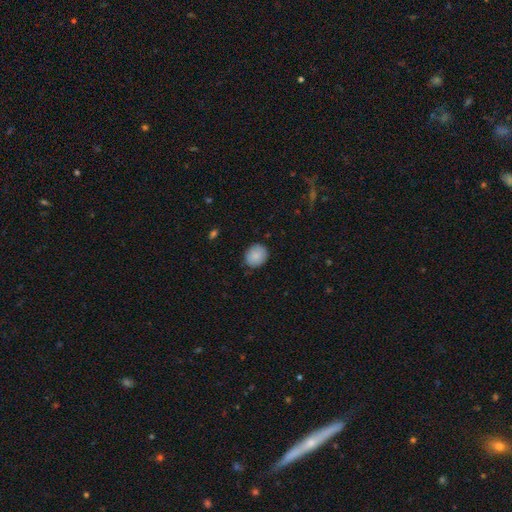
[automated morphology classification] Smooth or featured: smooth — 87% (star or artifact — 7%)
How rounded: round — 70% (in between — 29%)
Merging: none — 84% (minor disturbance — 13%)